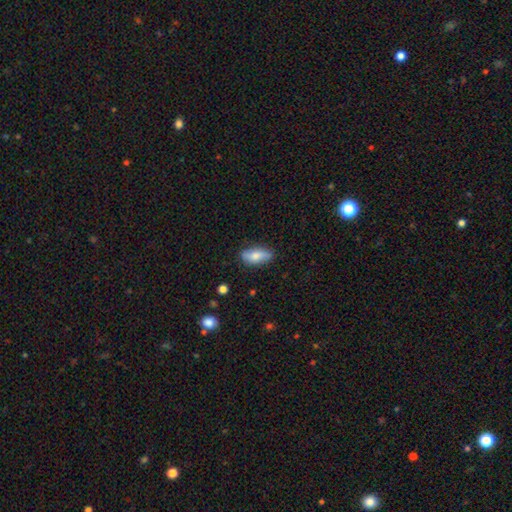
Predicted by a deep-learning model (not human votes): The model was most divided on "smooth or featured": smooth: 72%, featured or disk: 22%, star or artifact: 6%. More confident: how rounded — in between (80%); merging — none (80%).